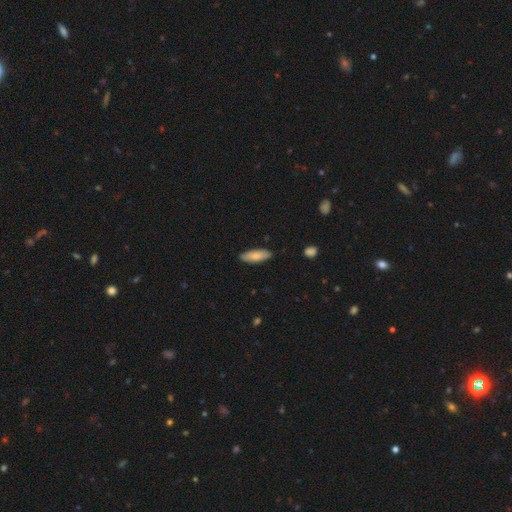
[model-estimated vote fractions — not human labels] Smooth or featured?
  - smooth: 80% *
  - featured or disk: 14%
  - star or artifact: 6%
How rounded?
  - in between: 62% *
  - cigar-shaped: 36%
  - round: 2%
Merging?
  - none: 85% *
  - minor disturbance: 12%
  - major disturbance: 2%
  - merger: 1%